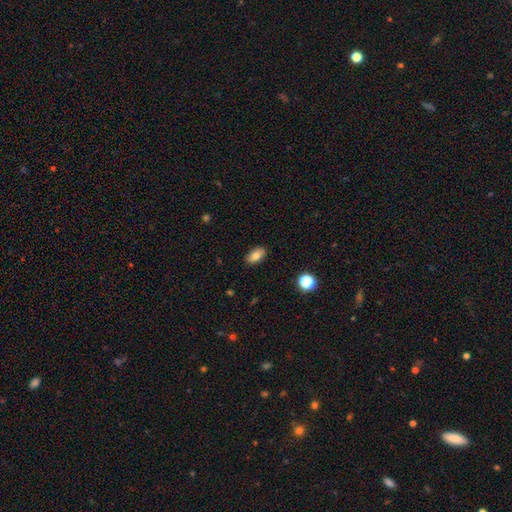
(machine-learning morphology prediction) type=smooth (81%); roundness=in between (91%); merging=none (89%).